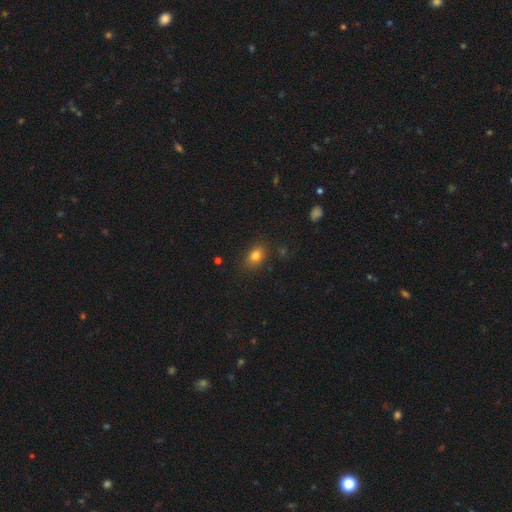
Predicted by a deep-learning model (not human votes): This appears to be a smooth galaxy with no disk features (80%) that is in between round and cigar-shaped (76%). Merging: none (83%).